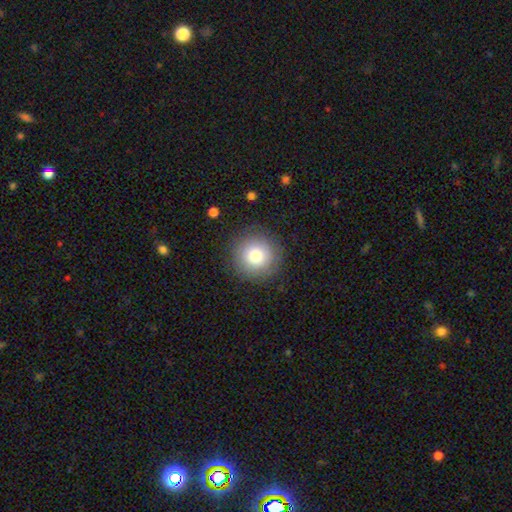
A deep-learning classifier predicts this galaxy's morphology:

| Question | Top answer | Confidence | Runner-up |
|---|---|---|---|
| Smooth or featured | smooth | 78% | featured or disk (12%) |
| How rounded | round | 96% | in between (3%) |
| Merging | none | 88% | minor disturbance (8%) |